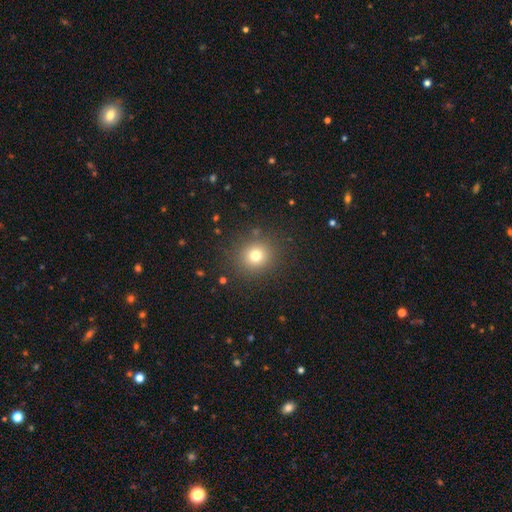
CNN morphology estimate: type=smooth (76%); roundness=round (89%); merging=none (88%).